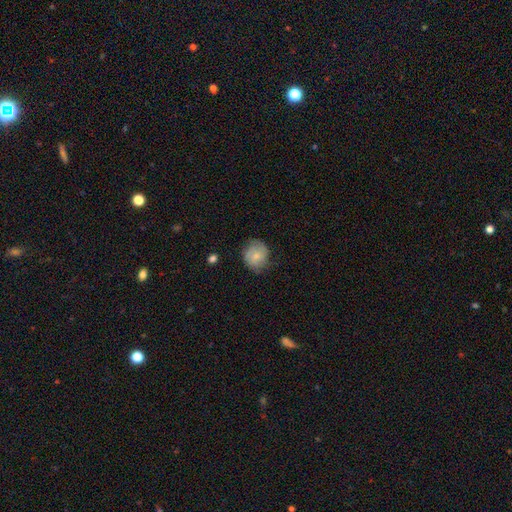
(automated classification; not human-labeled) This appears to be a smooth galaxy with no disk features (64%) that is round (77%). Merging: none (68%).